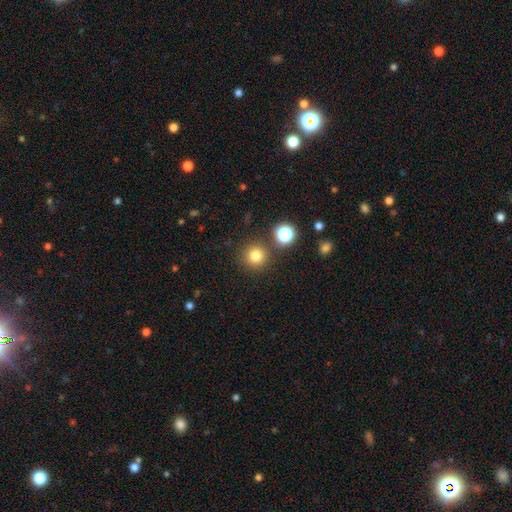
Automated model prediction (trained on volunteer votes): This appears to be a smooth galaxy with no disk features (78%) that is round (95%). Merging: none (85%).